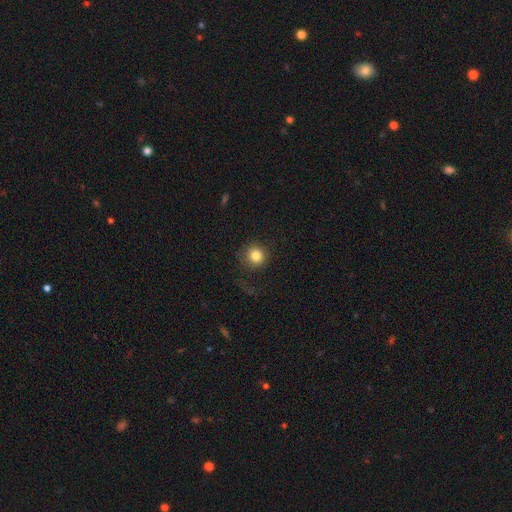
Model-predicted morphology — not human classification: The model was most divided on "merging": none: 76%, minor disturbance: 12%, major disturbance: 10%, merger: 1%. More confident: how rounded — round (93%); smooth or featured — smooth (83%).